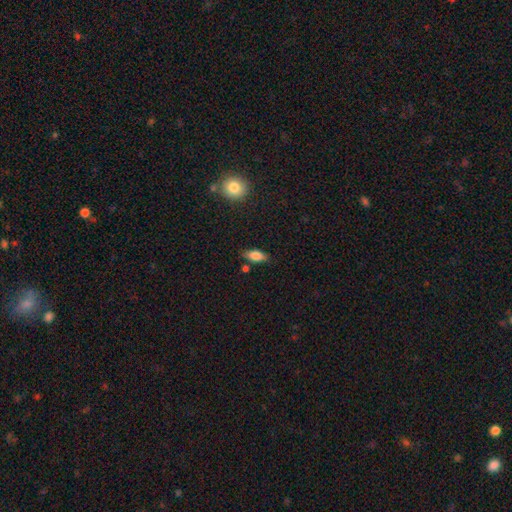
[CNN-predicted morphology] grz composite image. It shows a smooth galaxy with no disk features (79%) that is in between round and cigar-shaped (80%). Merging: none (78%).